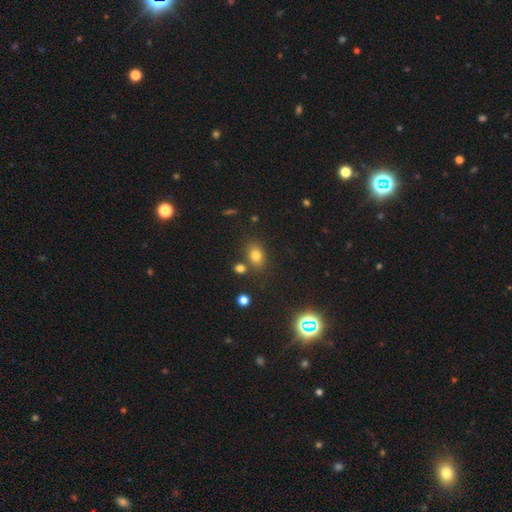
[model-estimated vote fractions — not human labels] This is likely a smooth galaxy (76%). How rounded: likely in between (64%). Merging: likely none (74%).